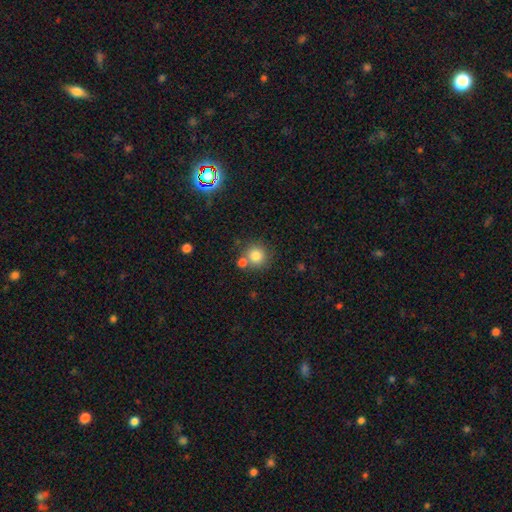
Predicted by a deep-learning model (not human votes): A smooth galaxy with no disk features (80%) that is round (92%). Merging: none (67%).